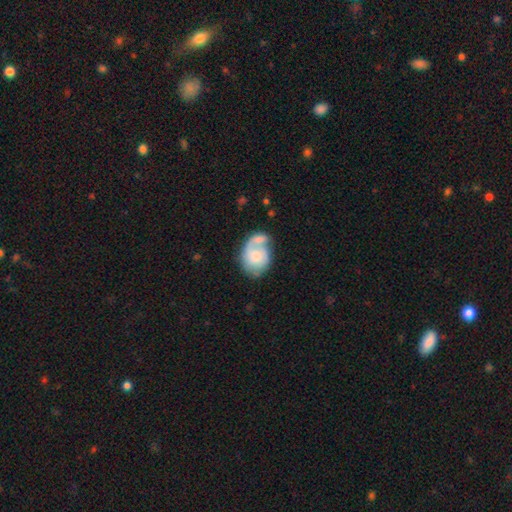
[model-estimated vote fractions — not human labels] Overall: smooth (49%; featured or disk 45%). Merging: merger (43%; none 26%).